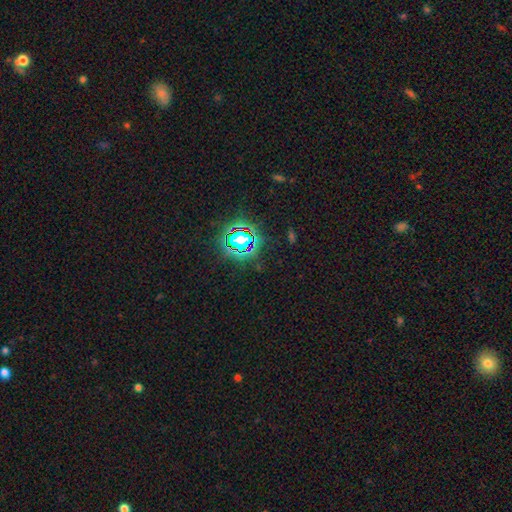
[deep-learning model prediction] Smooth or featured: star or artifact — 80% (smooth — 13%)